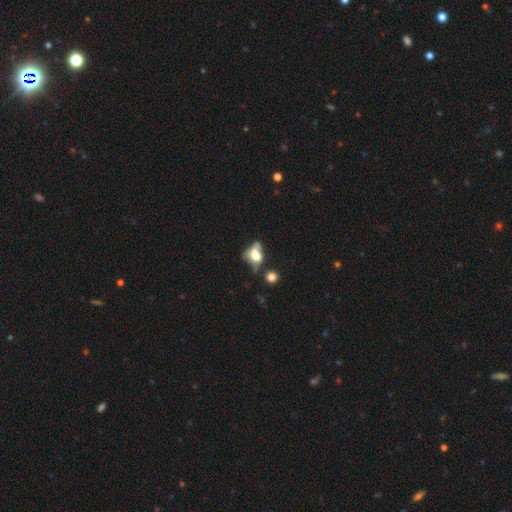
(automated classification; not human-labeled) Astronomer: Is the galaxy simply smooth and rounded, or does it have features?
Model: smooth — 52% (runner-up: featured or disk, 34%).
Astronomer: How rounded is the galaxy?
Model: in between — 64%.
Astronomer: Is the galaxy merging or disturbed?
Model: none — 29% (runner-up: merger, 27%).